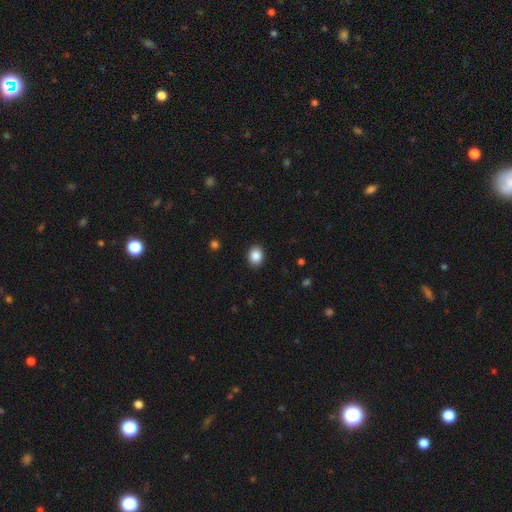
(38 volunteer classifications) Smooth or featured? smooth (95%)
How rounded? in between (58%)
Merging? none (92%)